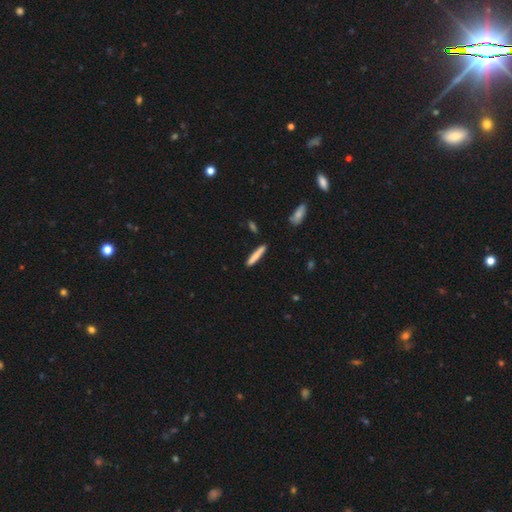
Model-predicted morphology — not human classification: A smooth galaxy with no disk features (77%) that is cigar-shaped (93%). Merging: none (88%).